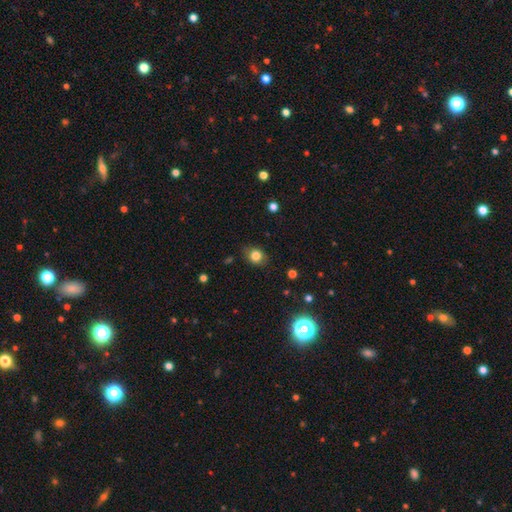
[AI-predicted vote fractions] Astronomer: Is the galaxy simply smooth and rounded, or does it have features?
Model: smooth — 81%.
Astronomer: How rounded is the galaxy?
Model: round — 56% (runner-up: in between, 43%).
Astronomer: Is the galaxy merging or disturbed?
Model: none — 81%.